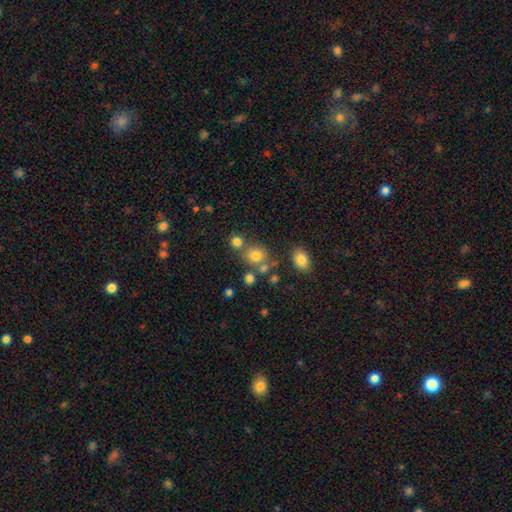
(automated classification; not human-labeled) The model was most divided on "merging": none: 58%, merger: 24%, minor disturbance: 12%, major disturbance: 6%. More confident: smooth or featured — smooth (76%); how rounded — round (72%).